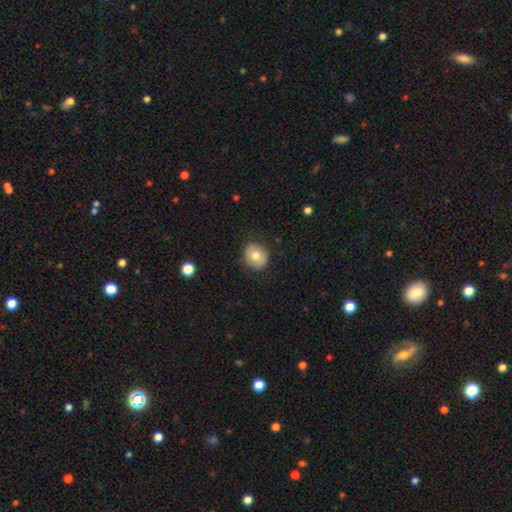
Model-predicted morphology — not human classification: Smooth or featured?
  - smooth: 75% *
  - featured or disk: 17%
  - star or artifact: 8%
How rounded?
  - round: 77% *
  - in between: 22%
  - cigar-shaped: 1%
Merging?
  - none: 83% *
  - minor disturbance: 13%
  - major disturbance: 3%
  - merger: 1%